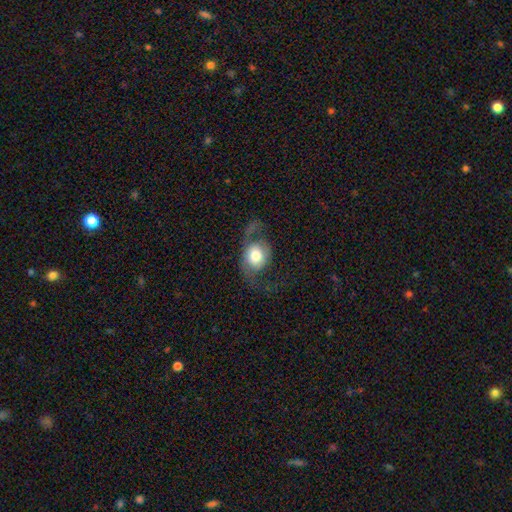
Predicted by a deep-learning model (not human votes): This appears to be a smooth galaxy with no disk features (51%) that is round (53%). Merging: none (40%).